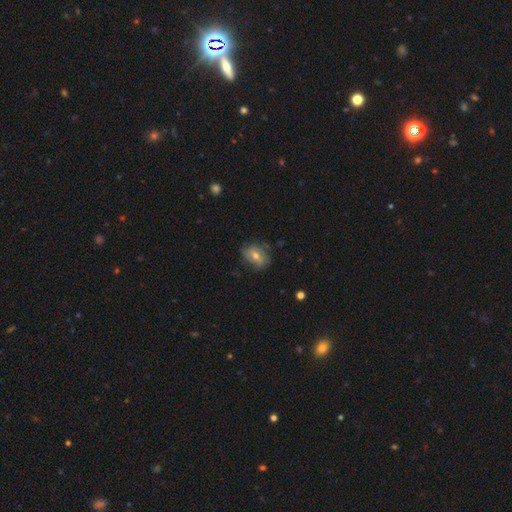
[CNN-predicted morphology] smooth 49%, featured or disk 39%, star or artifact 11%. Down the decision tree: merging — none (70%).